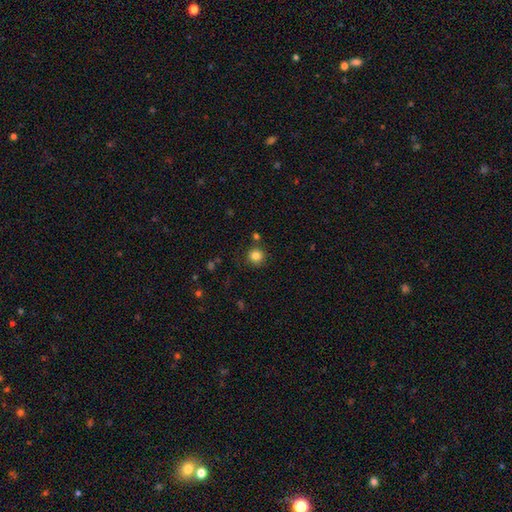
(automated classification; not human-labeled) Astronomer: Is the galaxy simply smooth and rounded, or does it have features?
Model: smooth — 83%.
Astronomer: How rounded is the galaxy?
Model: round — 94%.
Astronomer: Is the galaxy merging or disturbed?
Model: none — 85%.